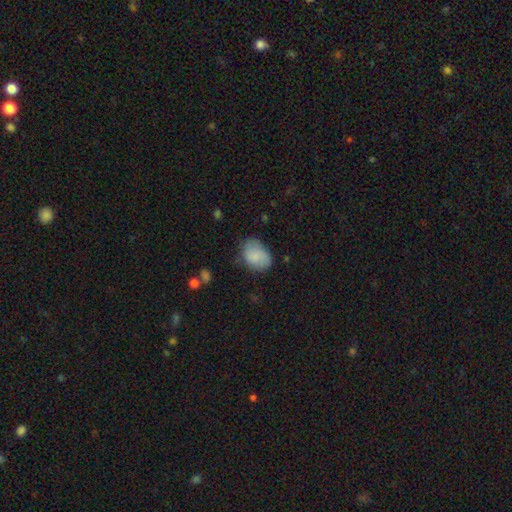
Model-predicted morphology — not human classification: type=smooth (80%); roundness=in between (75%); merging=none (61%).